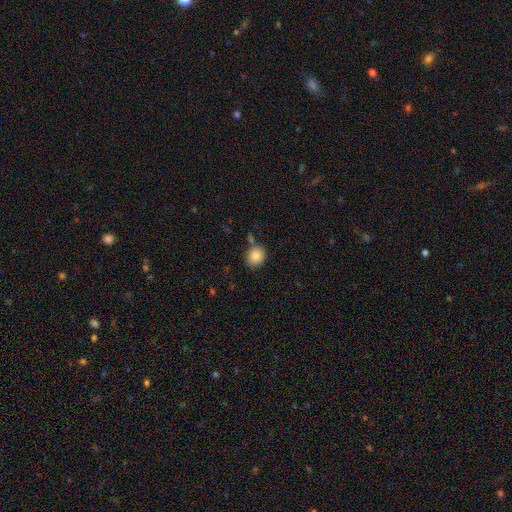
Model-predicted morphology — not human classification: Smooth or featured: smooth — 84% (star or artifact — 9%)
How rounded: round — 70% (in between — 29%)
Merging: none — 73% (minor disturbance — 14%)